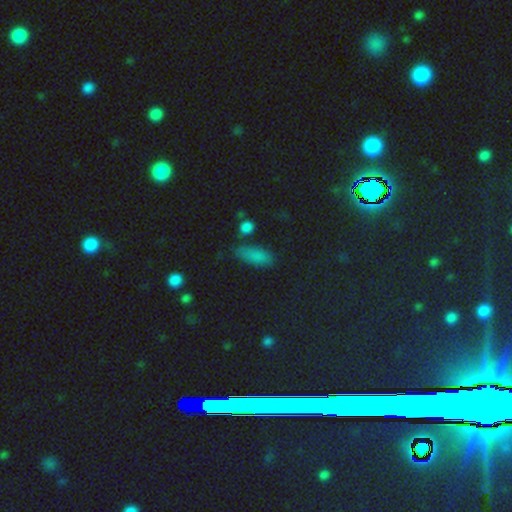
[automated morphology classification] A smooth galaxy with no disk features (76%) that is in between round and cigar-shaped (76%). Merging: none (70%).